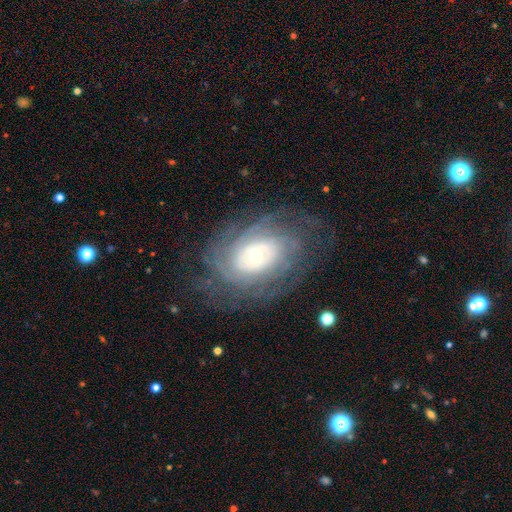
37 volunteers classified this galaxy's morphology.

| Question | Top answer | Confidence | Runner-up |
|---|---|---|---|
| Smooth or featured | featured or disk | 92% | smooth (5%) |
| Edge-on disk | no | 100% | — |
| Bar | no | 82% | strong (9%) |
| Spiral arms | yes | 100% | — |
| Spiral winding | tight | 74% | medium (18%) |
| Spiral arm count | can't tell | 56% | more than 4 (21%) |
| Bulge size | moderate | 53% | small (47%) |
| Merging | none | 81% | minor disturbance (14%) |